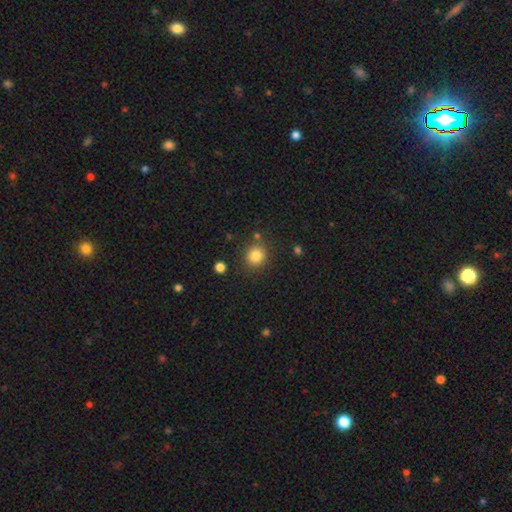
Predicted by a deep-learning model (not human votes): The model was most divided on "smooth or featured": smooth: 83%, star or artifact: 11%, featured or disk: 6%. More confident: how rounded — round (89%); merging — none (84%).